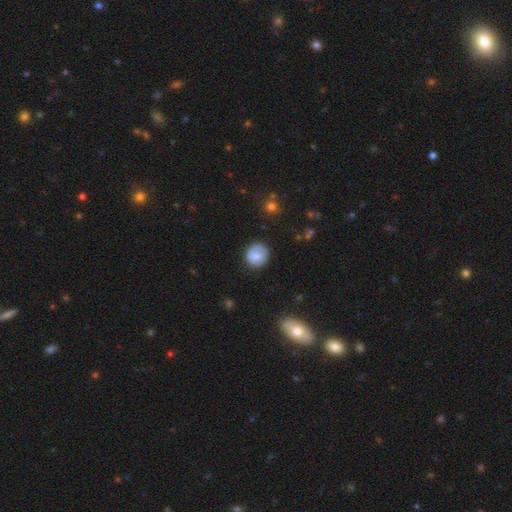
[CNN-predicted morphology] Smooth or featured? smooth (73%)
How rounded? round (84%)
Merging? none (77%)